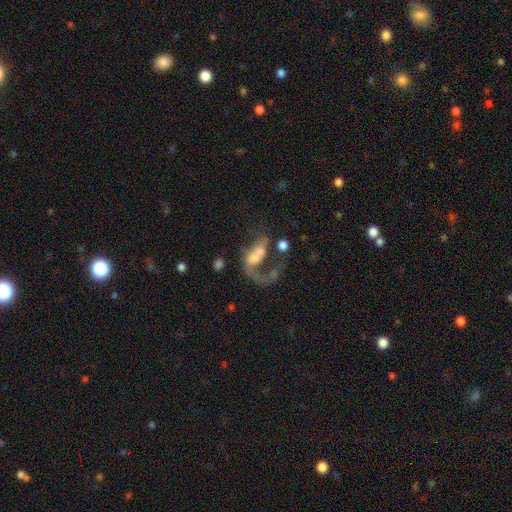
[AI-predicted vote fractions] Q: Smooth or featured?
A: featured or disk (60%); runner-up: smooth (30%)
Q: Edge-on disk?
A: no (96%); runner-up: yes (4%)
Q: Bar?
A: no (67%); runner-up: weak (24%)
Q: Spiral arms?
A: yes (62%); runner-up: no (38%)
Q: Bulge size?
A: moderate (37%); runner-up: small (23%)
Q: Merging?
A: major disturbance (45%); runner-up: merger (29%)